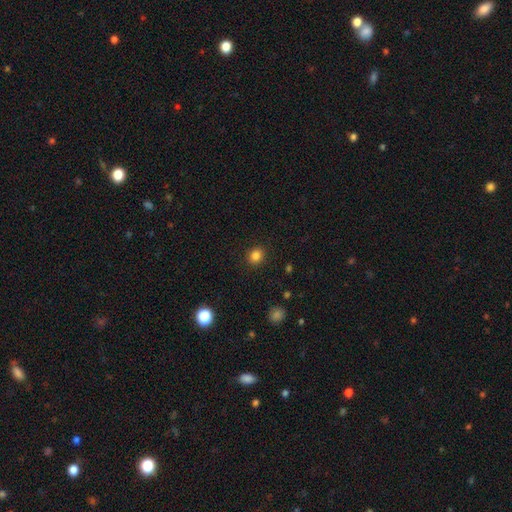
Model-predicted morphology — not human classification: Smooth or featured? smooth (84%)
How rounded? round (77%)
Merging? none (90%)